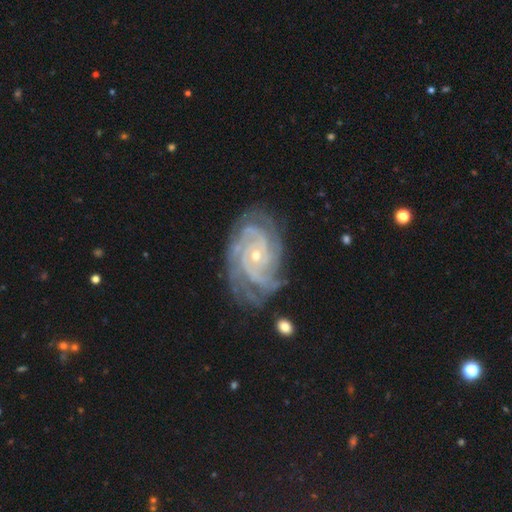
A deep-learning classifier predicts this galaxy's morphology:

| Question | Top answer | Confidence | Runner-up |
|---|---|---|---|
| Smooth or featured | featured or disk | 91% | star or artifact (5%) |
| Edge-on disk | no | 97% | yes (3%) |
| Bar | no | 72% | weak (21%) |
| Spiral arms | yes | 98% | no (2%) |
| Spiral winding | tight | 74% | medium (23%) |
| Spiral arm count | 4 | 28% | 3 (25%) |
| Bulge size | small | 74% | moderate (23%) |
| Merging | none | 73% | minor disturbance (18%) |